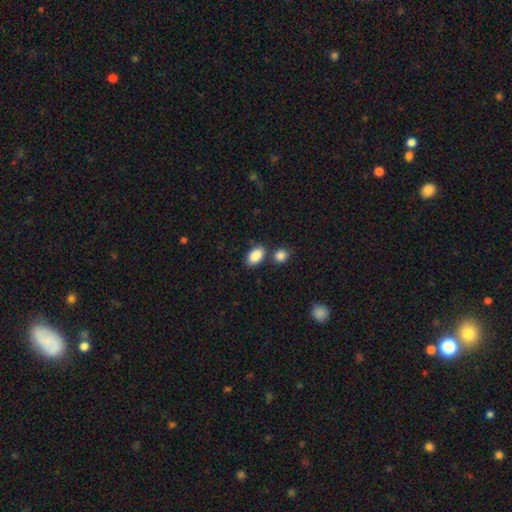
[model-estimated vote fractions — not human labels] Overall: smooth (88%). How rounded: in between (89%). Merging: none (71%).